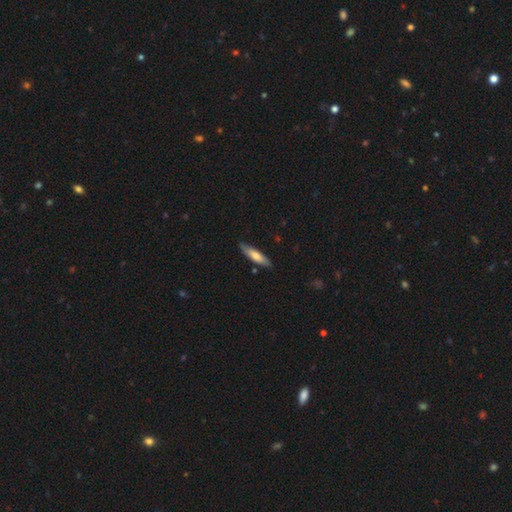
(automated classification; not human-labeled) smooth-or-featured: smooth: 66% | featured or disk: 29% | star or artifact: 5%
  how-rounded: cigar-shaped: 73% | in between: 25% | round: 2%
  merging: none: 83% | minor disturbance: 13% | major disturbance: 2% | merger: 2%